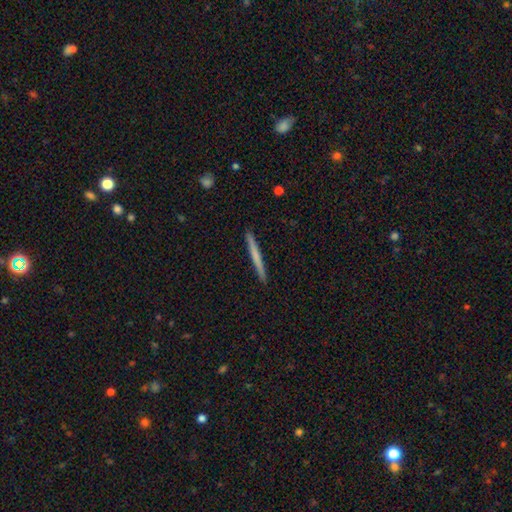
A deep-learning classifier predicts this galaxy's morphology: type=smooth (58%); roundness=cigar-shaped (97%); merging=none (93%).